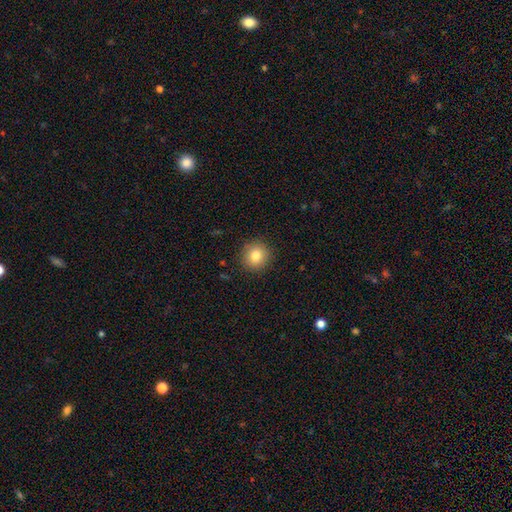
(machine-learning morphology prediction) Q: Smooth or featured?
A: smooth (81%); runner-up: star or artifact (10%)
Q: How rounded?
A: round (91%); runner-up: in between (8%)
Q: Merging?
A: none (90%); runner-up: minor disturbance (6%)